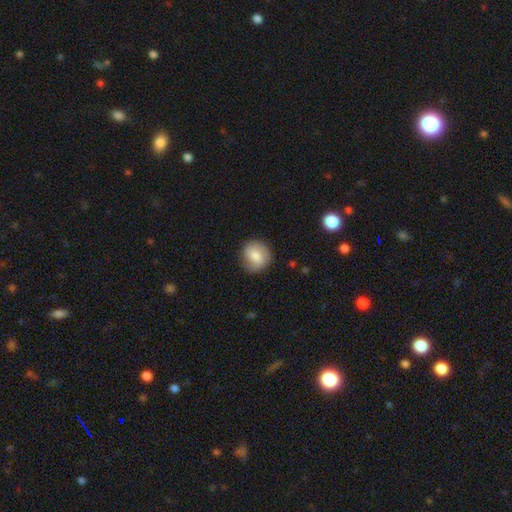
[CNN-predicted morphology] This is likely a smooth galaxy (72%). How rounded: clearly round (83%). Merging: likely none (76%).